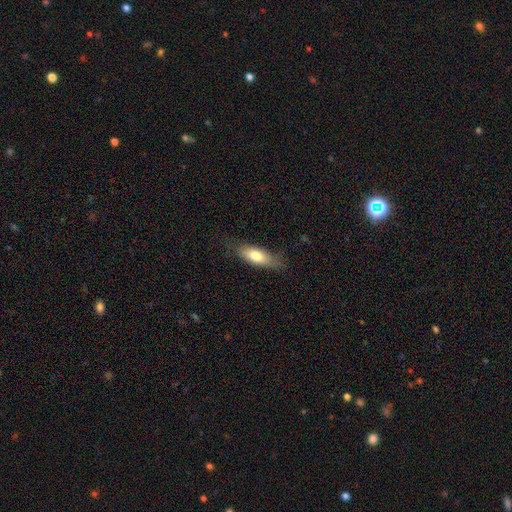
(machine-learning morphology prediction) smooth 73%, featured or disk 20%, star or artifact 7%. Down the decision tree: how rounded — in between (67%); merging — none (69%).